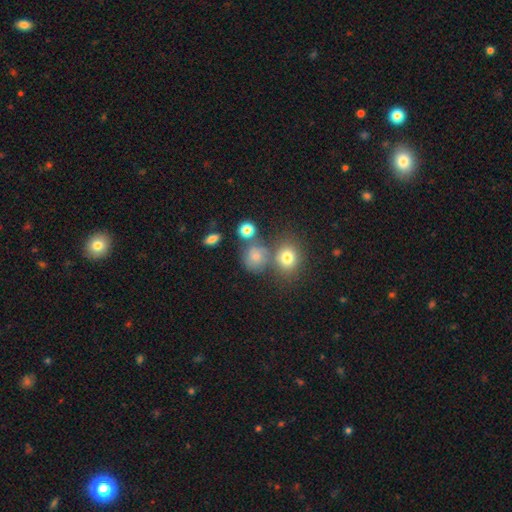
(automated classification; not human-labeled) smooth 72%, star or artifact 16%, featured or disk 12%. Down the decision tree: how rounded — round (75%); merging — none (55%).